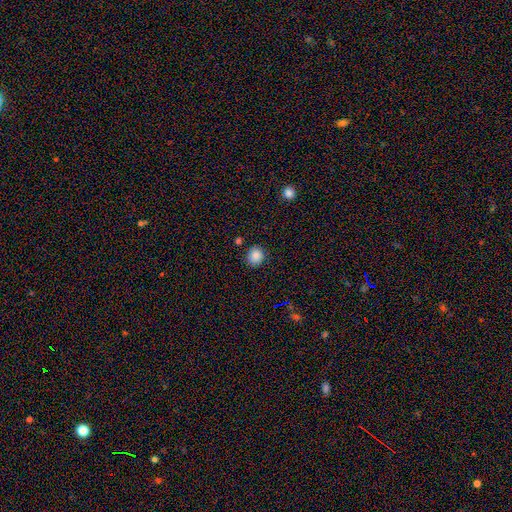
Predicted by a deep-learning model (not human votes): Smooth or featured: smooth — 85% (star or artifact — 11%)
How rounded: round — 86% (in between — 13%)
Merging: none — 86% (minor disturbance — 9%)